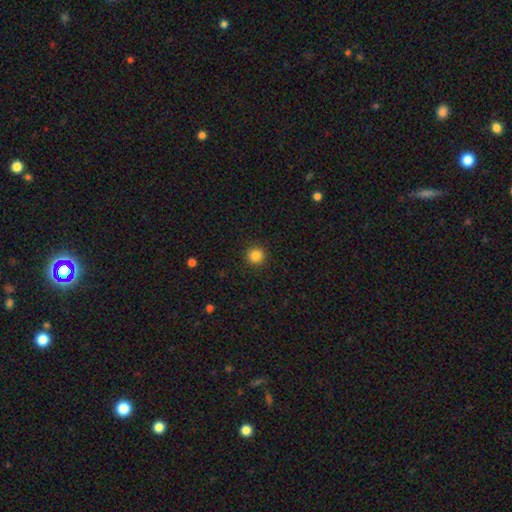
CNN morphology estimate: Smooth or featured? smooth (85%)
How rounded? round (95%)
Merging? none (93%)